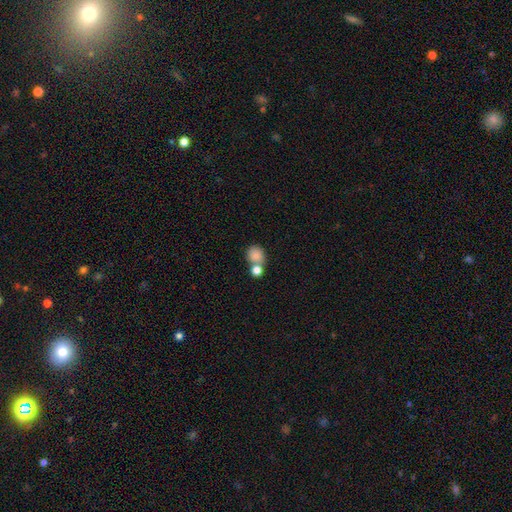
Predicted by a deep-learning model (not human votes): smooth 83%, star or artifact 10%, featured or disk 8%. Down the decision tree: how rounded — round (77%); merging — none (44%).